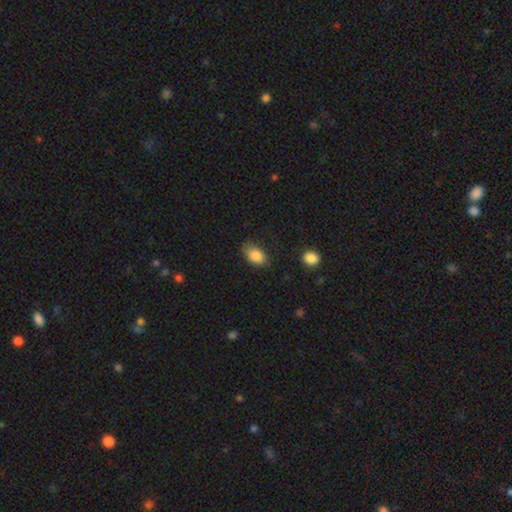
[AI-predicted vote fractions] Morphology: type=smooth (85%); roundness=in between (88%); merging=none (74%).